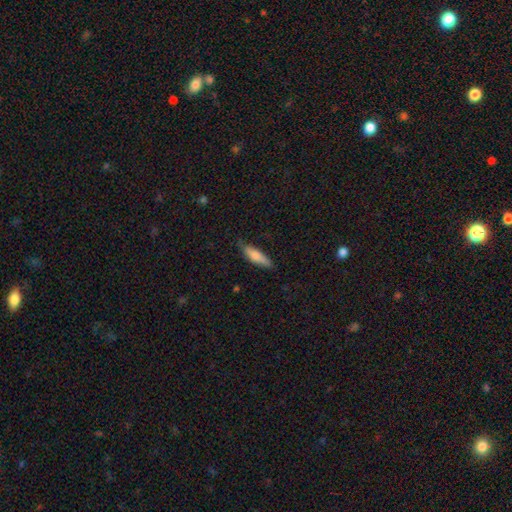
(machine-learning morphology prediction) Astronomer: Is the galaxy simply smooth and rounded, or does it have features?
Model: smooth — 73%.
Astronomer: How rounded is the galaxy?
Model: cigar-shaped — 61% (runner-up: in between, 37%).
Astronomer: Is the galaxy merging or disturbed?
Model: none — 73%.